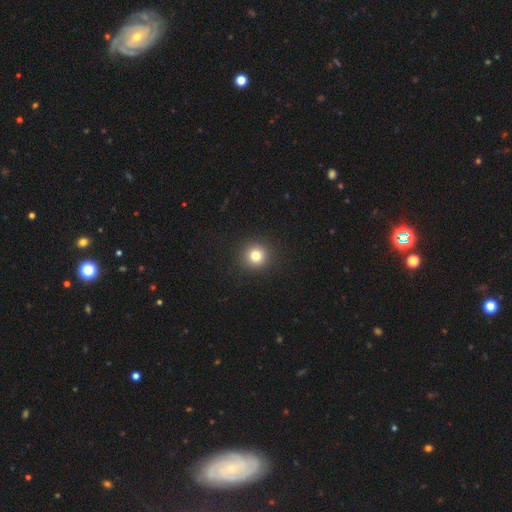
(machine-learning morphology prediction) Smooth or featured?
  - smooth: 79% *
  - star or artifact: 13%
  - featured or disk: 7%
How rounded?
  - round: 94% *
  - in between: 5%
  - cigar-shaped: 1%
Merging?
  - none: 93% *
  - minor disturbance: 5%
  - major disturbance: 2%
  - merger: 1%